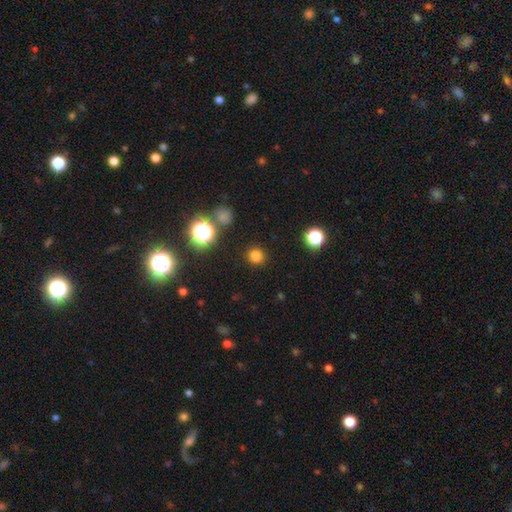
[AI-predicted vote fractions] smooth_or_featured: smooth (p=0.79) [alt: star or artifact p=0.17]
how_rounded: round (p=0.92) [alt: in between p=0.07]
merging: none (p=0.90) [alt: minor disturbance p=0.06]